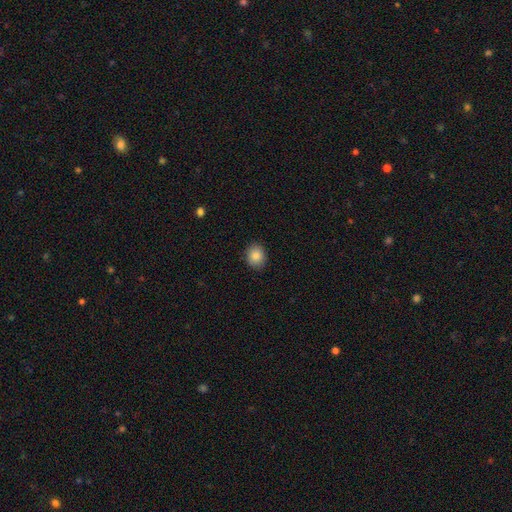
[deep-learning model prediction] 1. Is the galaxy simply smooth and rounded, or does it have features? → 86% smooth, 9% star or artifact, 5% featured or disk.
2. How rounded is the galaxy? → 59% round, 40% in between, 1% cigar-shaped.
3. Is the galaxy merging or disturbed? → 88% none, 9% minor disturbance, 2% major disturbance, 1% merger.